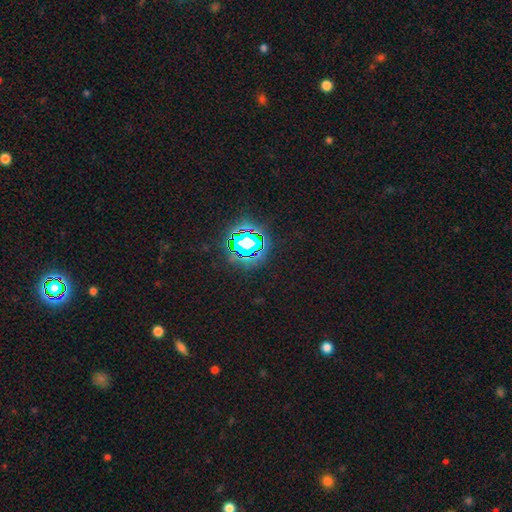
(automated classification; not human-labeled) Smooth or featured? star or artifact (83%)